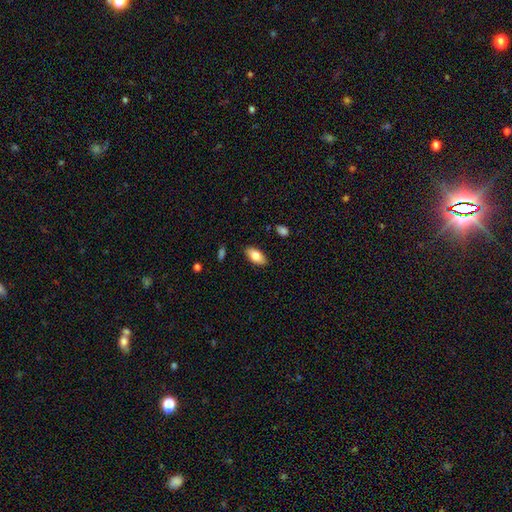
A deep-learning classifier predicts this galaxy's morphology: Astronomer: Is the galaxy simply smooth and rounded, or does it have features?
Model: smooth — 79%.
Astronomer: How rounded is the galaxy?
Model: in between — 91%.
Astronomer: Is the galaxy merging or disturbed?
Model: none — 87%.